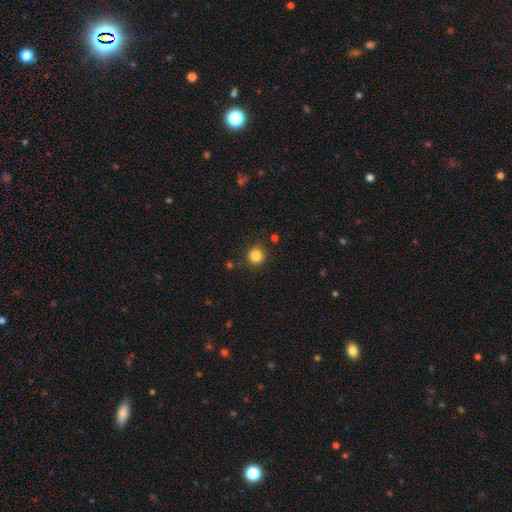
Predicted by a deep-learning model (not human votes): Smooth or featured? smooth (84%)
How rounded? round (92%)
Merging? none (85%)